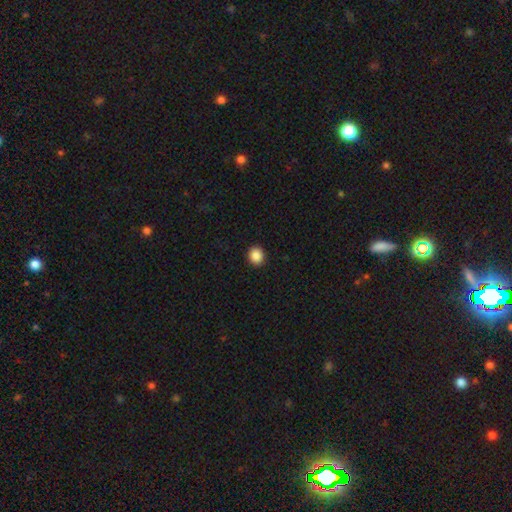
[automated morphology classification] type=smooth (88%); roundness=round (77%); merging=none (93%).